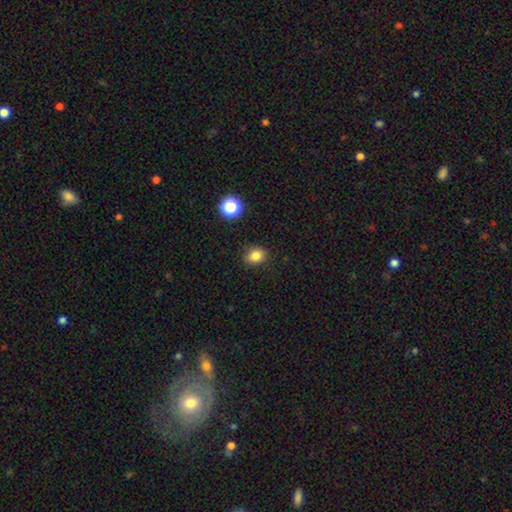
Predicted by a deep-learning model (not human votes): Morphology: type=smooth (83%); roundness=round (52%); merging=none (86%).